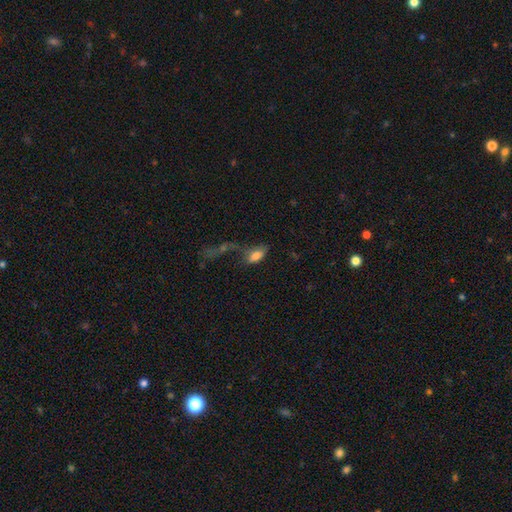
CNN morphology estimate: Q: Smooth or featured?
A: smooth (73%); runner-up: featured or disk (16%)
Q: How rounded?
A: in between (88%); runner-up: cigar-shaped (8%)
Q: Merging?
A: merger (34%); runner-up: major disturbance (29%)